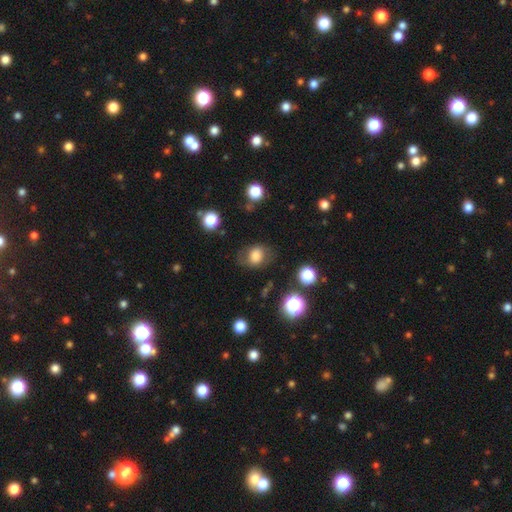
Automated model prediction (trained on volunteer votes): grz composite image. It shows a smooth galaxy with no disk features (70%) that is in between round and cigar-shaped (51%). Merging: none (65%).